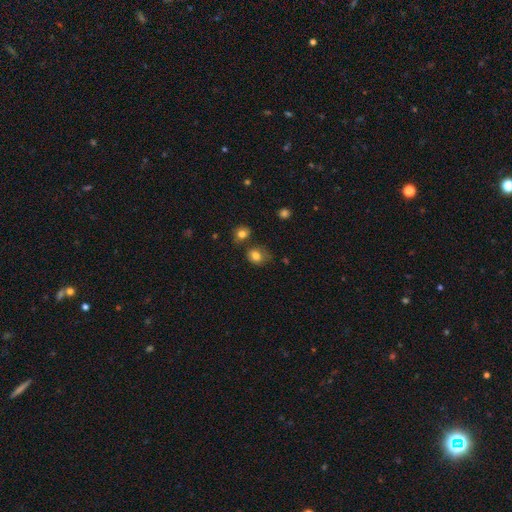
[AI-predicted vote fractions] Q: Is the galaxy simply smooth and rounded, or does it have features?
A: smooth — 80%.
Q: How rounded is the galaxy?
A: round — 61%.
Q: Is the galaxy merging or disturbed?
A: none — 60%.